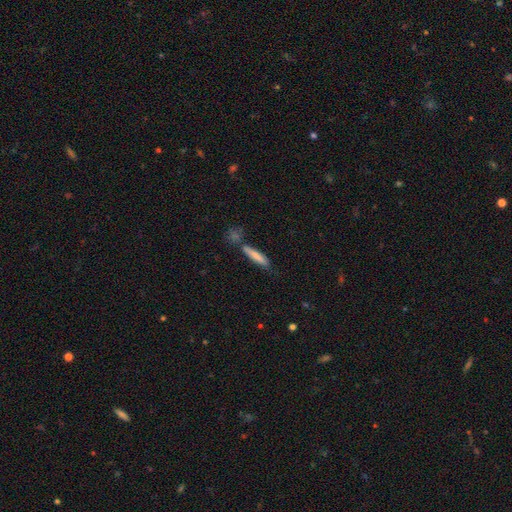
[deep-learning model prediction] This is likely a smooth galaxy (78%). How rounded: clearly cigar-shaped (86%). Merging: likely none (69%).